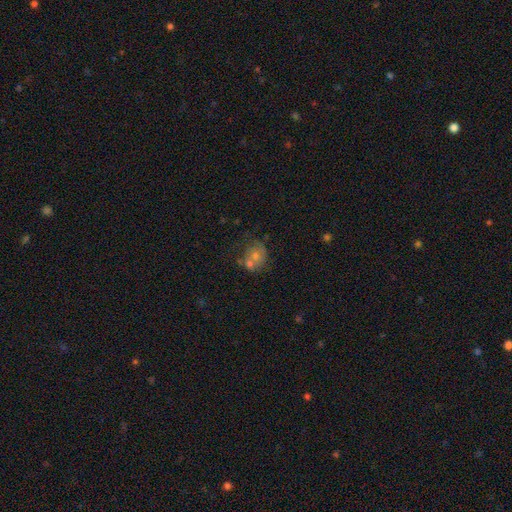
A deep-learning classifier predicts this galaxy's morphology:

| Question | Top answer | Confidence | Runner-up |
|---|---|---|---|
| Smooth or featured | smooth | 46% | featured or disk (36%) |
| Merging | none | 44% | merger (29%) |